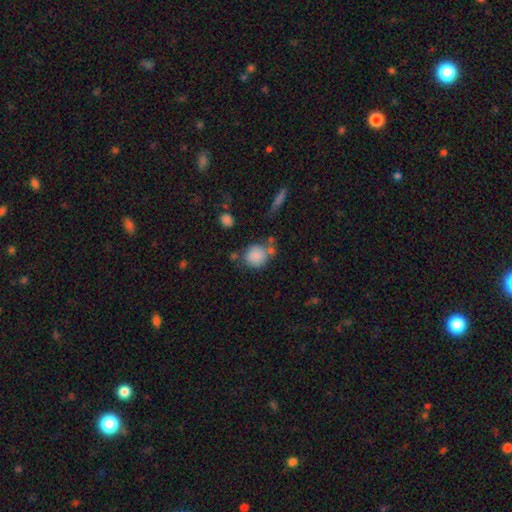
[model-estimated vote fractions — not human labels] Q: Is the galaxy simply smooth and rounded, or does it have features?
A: smooth — 85%.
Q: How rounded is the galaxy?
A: round — 83%.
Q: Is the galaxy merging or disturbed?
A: none — 60%.